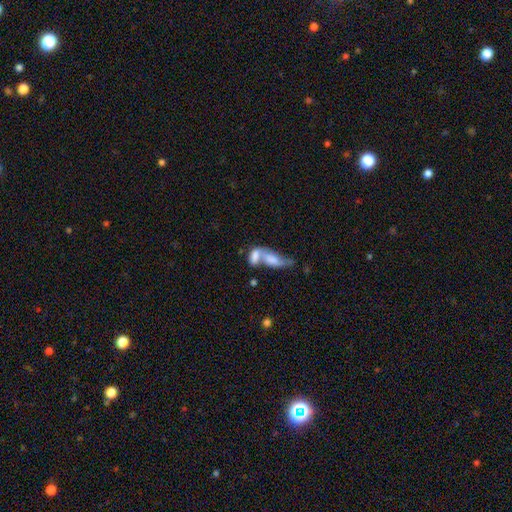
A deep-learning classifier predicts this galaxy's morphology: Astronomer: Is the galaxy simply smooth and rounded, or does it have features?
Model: smooth — 65%.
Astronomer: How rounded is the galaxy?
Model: in between — 79%.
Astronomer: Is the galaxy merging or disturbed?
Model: merger — 72%.